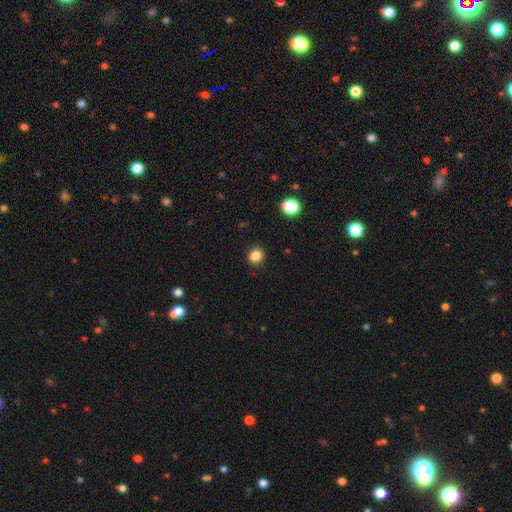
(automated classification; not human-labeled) smooth-or-featured: smooth: 85% | star or artifact: 12% | featured or disk: 3%
  how-rounded: round: 89% | in between: 10% | cigar-shaped: 1%
  merging: none: 91% | minor disturbance: 6% | major disturbance: 2% | merger: 1%